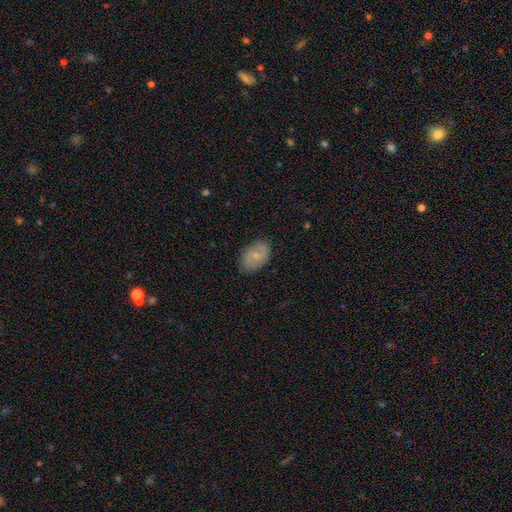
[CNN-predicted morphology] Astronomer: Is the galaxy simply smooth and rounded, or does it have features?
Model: smooth — 61%.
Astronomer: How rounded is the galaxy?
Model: in between — 87%.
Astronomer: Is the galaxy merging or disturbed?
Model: none — 83%.